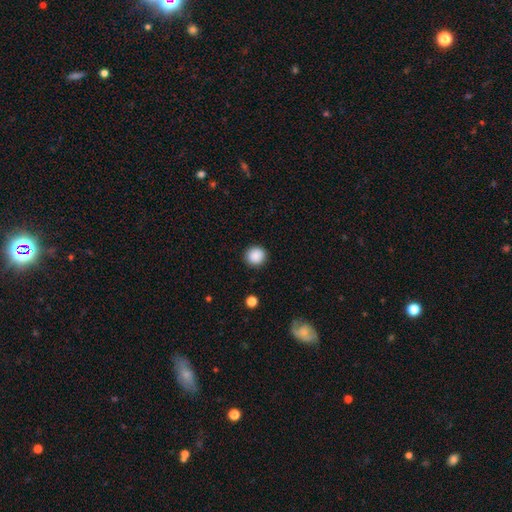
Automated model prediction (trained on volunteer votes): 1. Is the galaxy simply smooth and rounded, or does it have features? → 88% smooth, 9% star or artifact, 3% featured or disk.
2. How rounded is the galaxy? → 91% round, 8% in between, 1% cigar-shaped.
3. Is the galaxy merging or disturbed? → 90% none, 7% minor disturbance, 2% major disturbance, 1% merger.